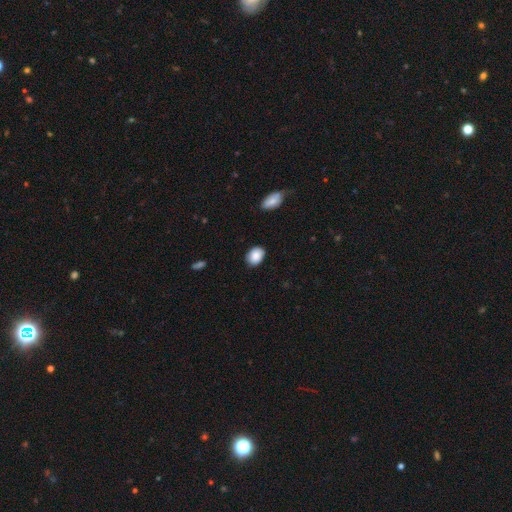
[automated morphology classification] type=smooth (88%); roundness=in between (66%); merging=none (83%).